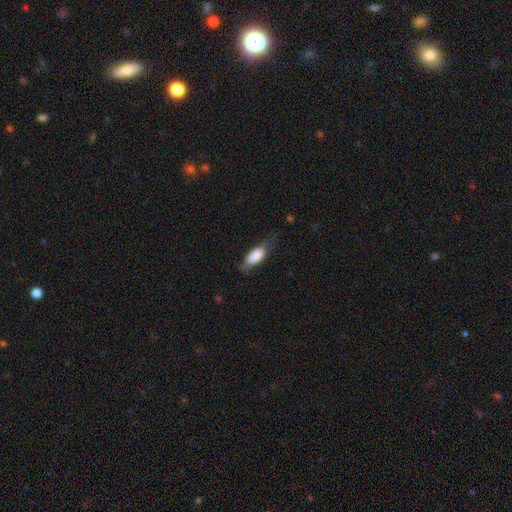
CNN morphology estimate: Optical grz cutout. It shows a smooth galaxy with no disk features (76%) that is in between round and cigar-shaped (77%). Merging: none (57%).